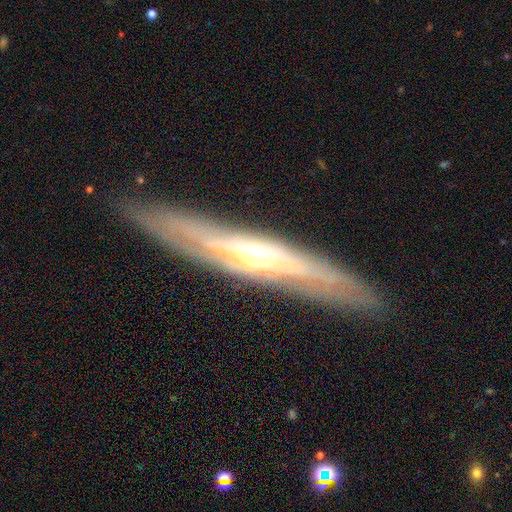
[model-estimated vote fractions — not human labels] This is likely a featured or disk galaxy (79%). It is likely viewed edge-on (74%). Edge-on bulge: likely rounded (80%). Merging: clearly none (86%).